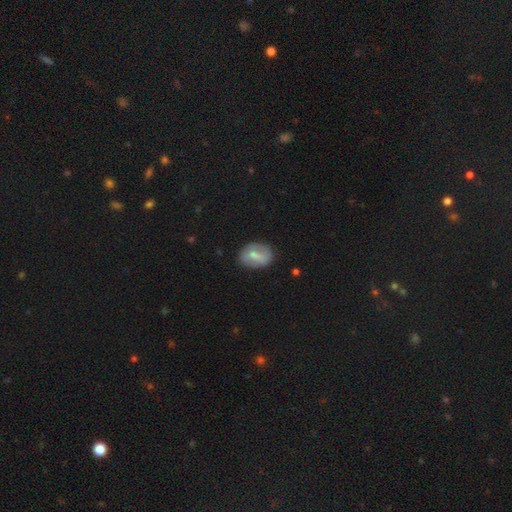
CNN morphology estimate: This is possibly a smooth galaxy (56%). How rounded: likely in between (77%). Merging: likely none (74%).